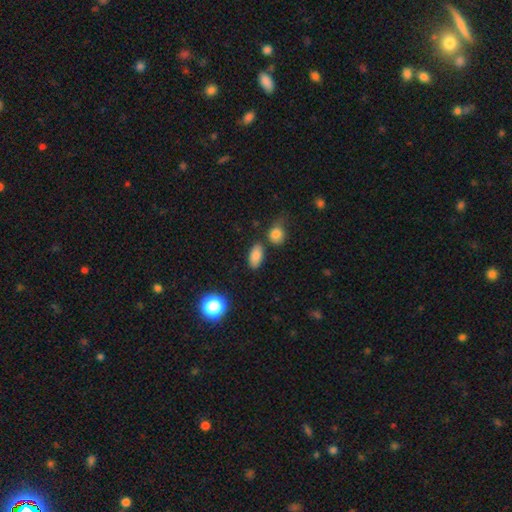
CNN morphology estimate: smooth 84%, star or artifact 10%, featured or disk 6%. Down the decision tree: how rounded — in between (91%); merging — none (78%).